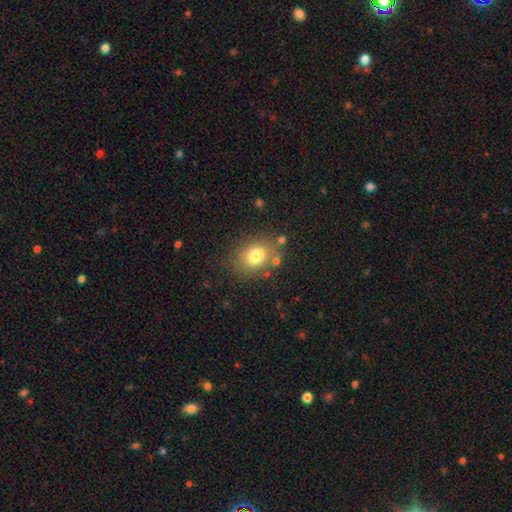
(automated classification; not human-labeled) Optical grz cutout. It shows a smooth galaxy with no disk features (76%) that is round (55%). Merging: none (75%).